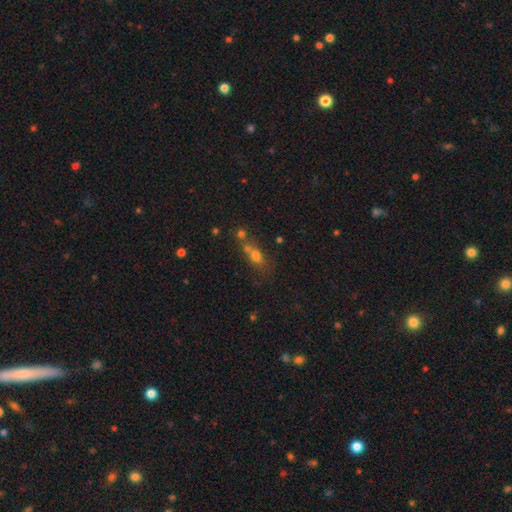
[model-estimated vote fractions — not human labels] Smooth or featured? smooth (64%)
How rounded? in between (59%)
Merging? merger (42%)